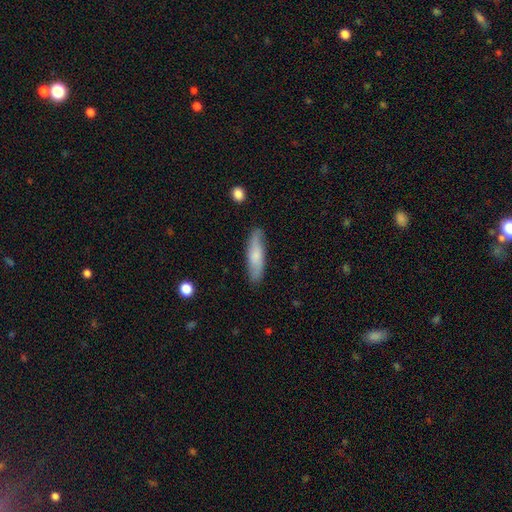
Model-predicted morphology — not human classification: smooth-or-featured: smooth: 70% | featured or disk: 24% | star or artifact: 6%
  how-rounded: cigar-shaped: 69% | in between: 29% | round: 2%
  merging: none: 83% | minor disturbance: 13% | major disturbance: 2% | merger: 1%